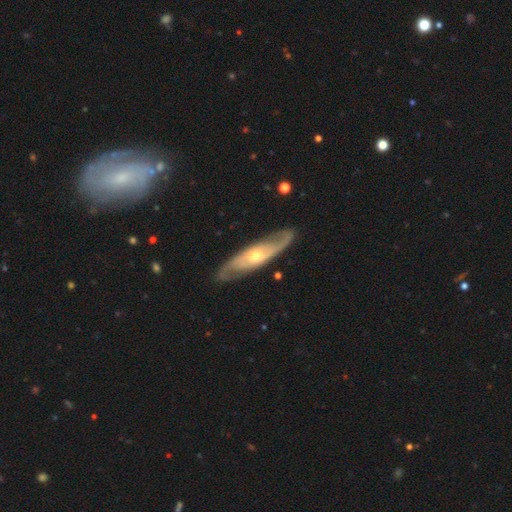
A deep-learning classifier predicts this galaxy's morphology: Q: Smooth or featured?
A: featured or disk (80%); runner-up: smooth (15%)
Q: Edge-on disk?
A: no (78%); runner-up: yes (22%)
Q: Bar?
A: no (71%); runner-up: weak (23%)
Q: Spiral arms?
A: yes (90%); runner-up: no (10%)
Q: Spiral winding?
A: medium (43%); runner-up: tight (32%)
Q: Spiral arm count?
A: 2 (82%); runner-up: can't tell (11%)
Q: Bulge size?
A: moderate (50%); runner-up: small (45%)
Q: Merging?
A: none (82%); runner-up: minor disturbance (12%)